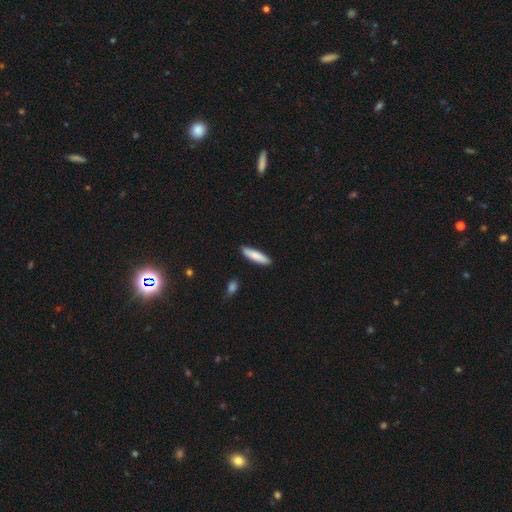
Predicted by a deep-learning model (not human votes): Overall: smooth (84%). How rounded: cigar-shaped (72%). Merging: none (87%).